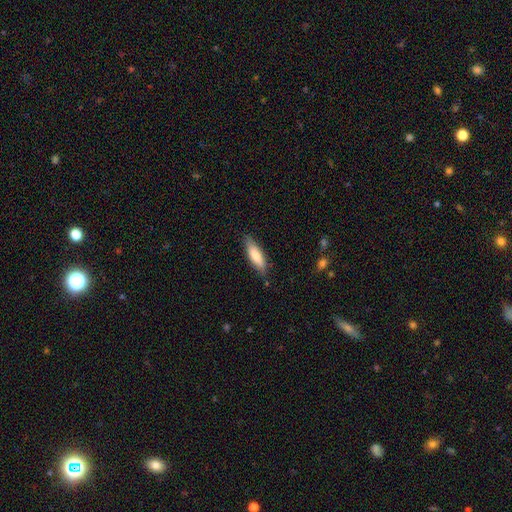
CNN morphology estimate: Smooth or featured? Predicted: smooth (p=0.78). How rounded? Predicted: cigar-shaped (p=0.55). Merging? Predicted: none (p=0.81).